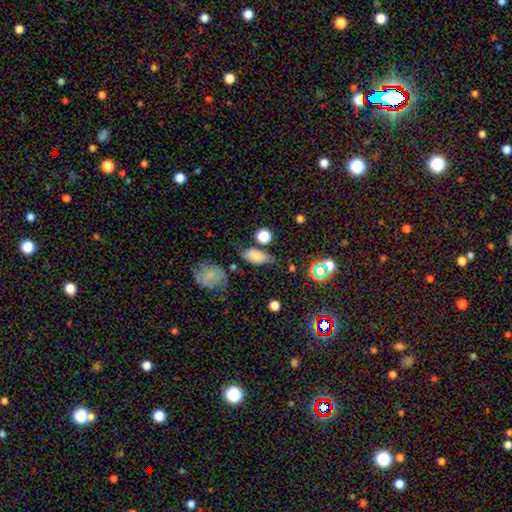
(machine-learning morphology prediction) A smooth galaxy with no disk features (75%) that is in between round and cigar-shaped (87%).

Vote fractions:
- Smooth or featured? smooth: 75% / star or artifact: 13% / featured or disk: 13%
- How rounded? in between: 87% / round: 8% / cigar-shaped: 5%
- Merging? none: 63% / minor disturbance: 22% / major disturbance: 8% / merger: 7%